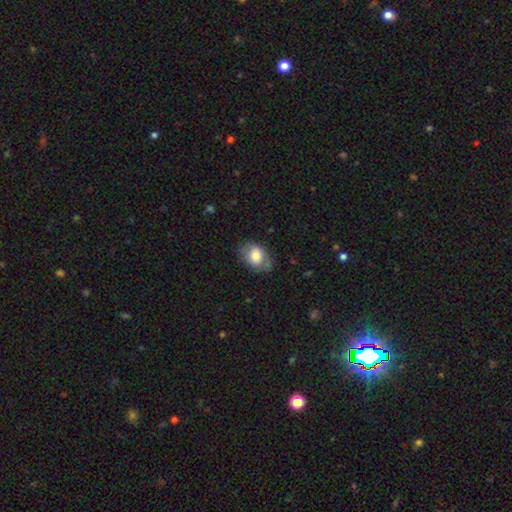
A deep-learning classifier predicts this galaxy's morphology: This appears to be a smooth galaxy with no disk features (71%) that is in between round and cigar-shaped (75%). Merging: none (68%).